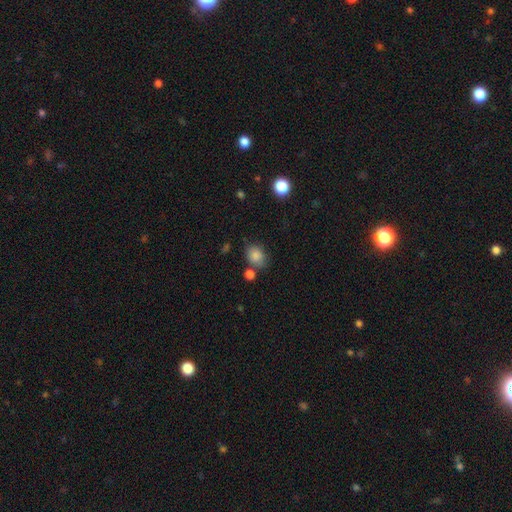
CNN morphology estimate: The model was most divided on "how rounded": in between: 50%, round: 49%, cigar-shaped: 1%. More confident: smooth or featured — smooth (84%); merging — none (67%).